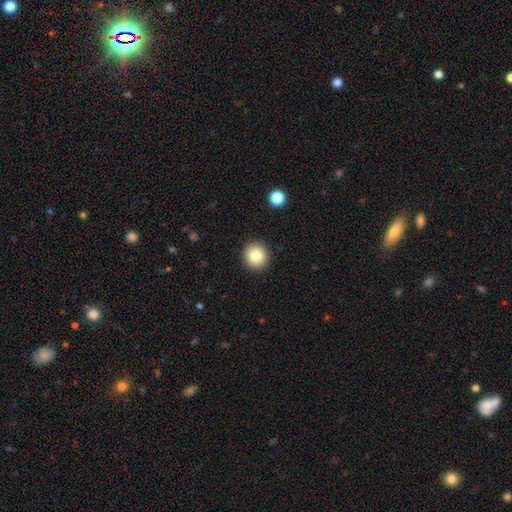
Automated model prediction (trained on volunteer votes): This appears to be a smooth galaxy with no disk features (82%) that is round (87%). Merging: none (92%).